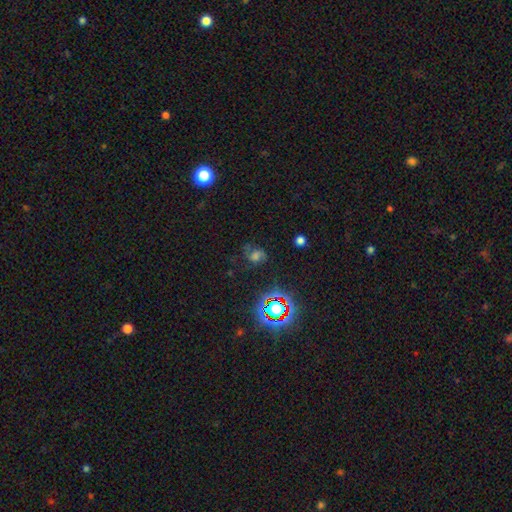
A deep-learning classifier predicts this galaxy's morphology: smooth_or_featured: featured or disk (p=0.36) [alt: star or artifact p=0.34]
merging: none (p=0.59) [alt: minor disturbance p=0.21]